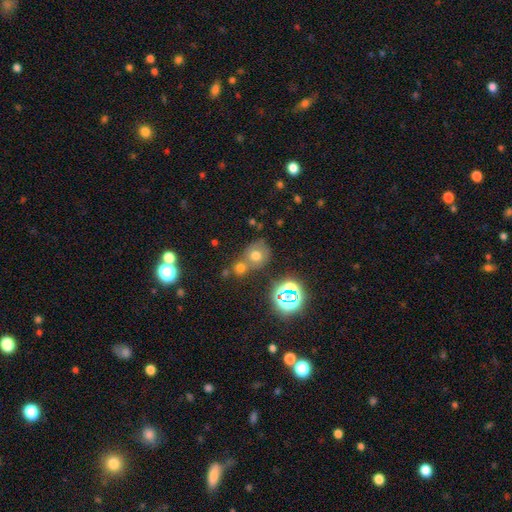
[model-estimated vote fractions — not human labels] This appears to be a smooth galaxy with no disk features (62%) that is round (73%). Merging: none (44%).